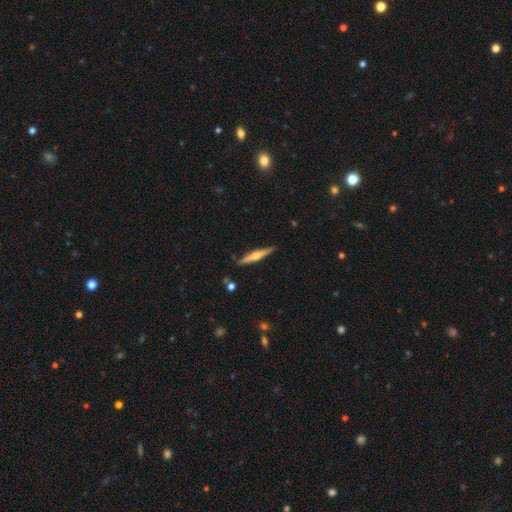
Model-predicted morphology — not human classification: A featured or disk galaxy (68%) viewed edge-on (97%) with a rounded central bulge (93%).

Vote fractions:
- Smooth or featured? featured or disk: 68% / smooth: 27% / star or artifact: 5%
- Edge-on disk? yes: 97% / no: 3%
- Edge-on bulge? rounded: 93% / none: 4% / boxy: 3%
- Merging? none: 88% / minor disturbance: 9% / merger: 2% / major disturbance: 2%